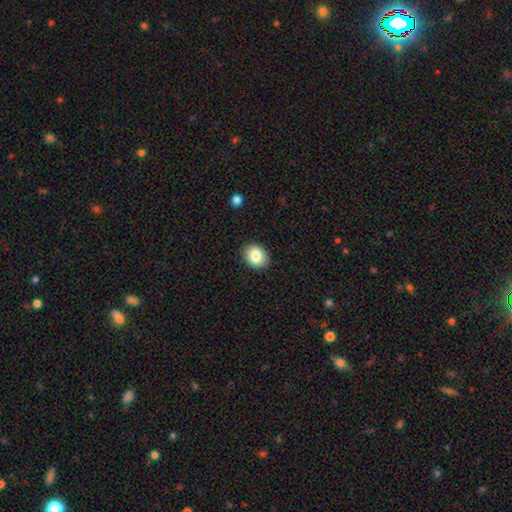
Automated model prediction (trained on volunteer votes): Smooth or featured? Predicted: smooth (p=0.84). How rounded? Predicted: in between (p=0.55). Merging? Predicted: none (p=0.89).